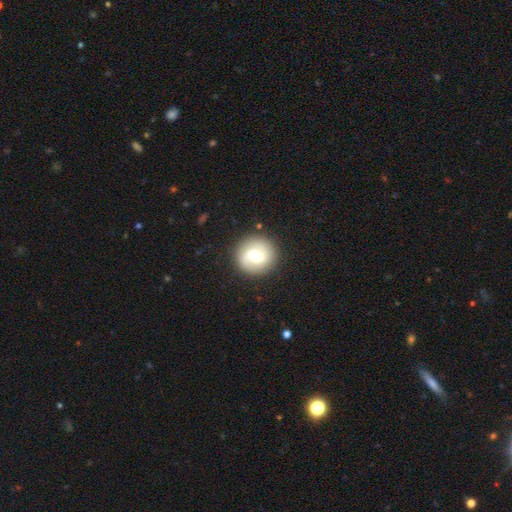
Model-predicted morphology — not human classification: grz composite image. It shows a smooth galaxy with no disk features (48%). Merging: none (88%).